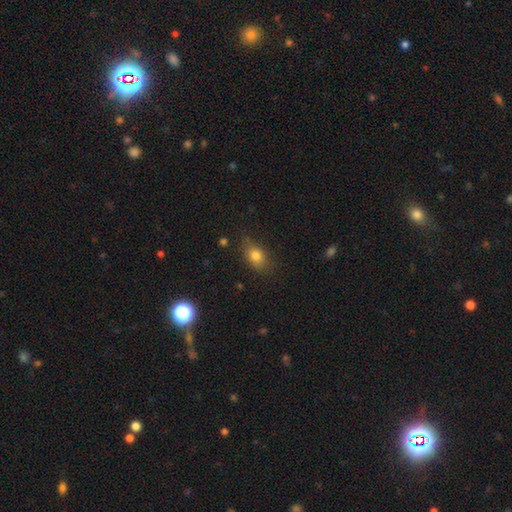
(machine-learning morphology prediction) Q: Smooth or featured?
A: smooth (79%); runner-up: star or artifact (11%)
Q: How rounded?
A: in between (74%); runner-up: round (22%)
Q: Merging?
A: none (73%); runner-up: minor disturbance (20%)